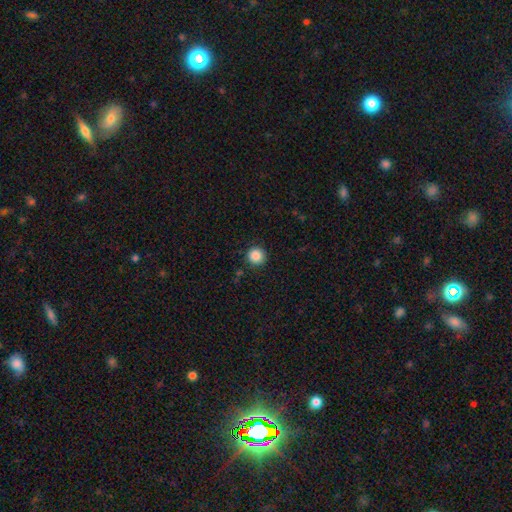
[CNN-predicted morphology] This appears to be a smooth galaxy with no disk features (87%) that is round (95%). Merging: none (91%).